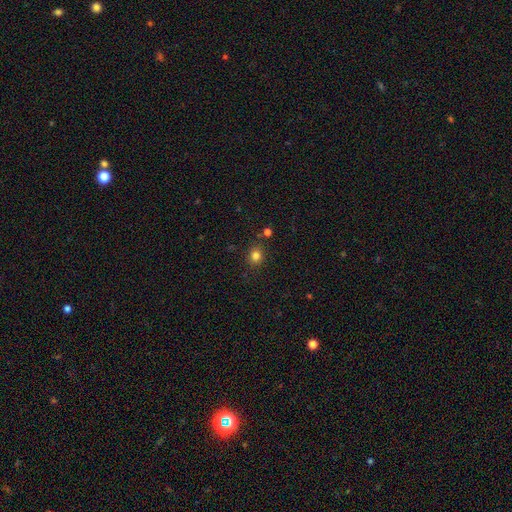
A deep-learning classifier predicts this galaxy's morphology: Smooth or featured? Predicted: smooth (p=0.81). How rounded? Predicted: round (p=0.78). Merging? Predicted: none (p=0.83).